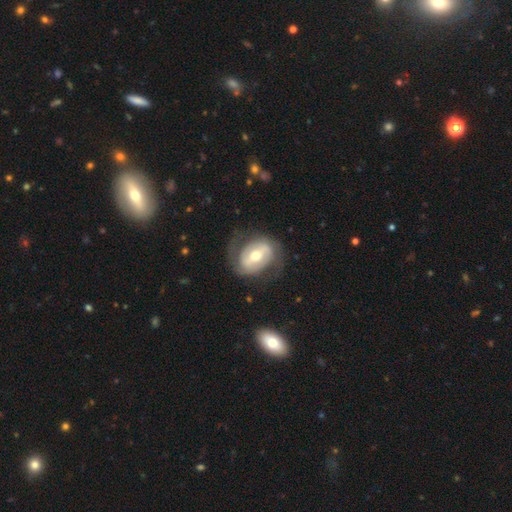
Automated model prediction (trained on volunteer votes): Q: Smooth or featured?
A: featured or disk (69%); runner-up: smooth (26%)
Q: Edge-on disk?
A: no (95%); runner-up: yes (5%)
Q: Bar?
A: strong (40%); runner-up: weak (38%)
Q: Spiral arms?
A: yes (69%); runner-up: no (31%)
Q: Bulge size?
A: moderate (67%); runner-up: small (23%)
Q: Merging?
A: none (66%); runner-up: minor disturbance (19%)